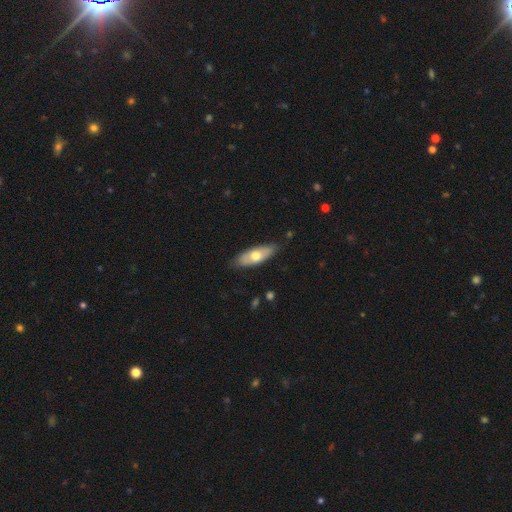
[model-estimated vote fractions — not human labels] Smooth or featured? smooth (60%)
How rounded? in between (73%)
Merging? none (81%)